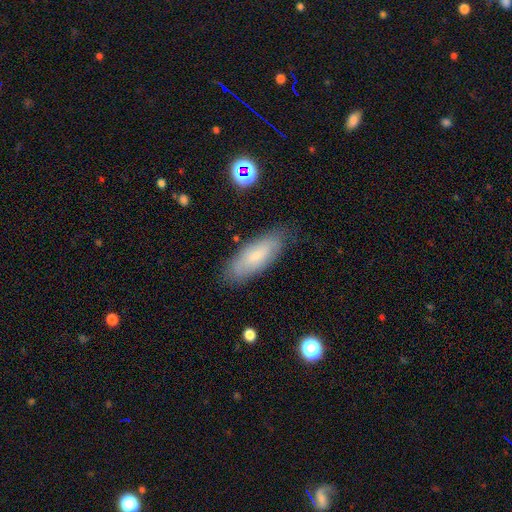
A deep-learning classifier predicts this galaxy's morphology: Smooth or featured? smooth (65%)
How rounded? in between (69%)
Merging? none (79%)